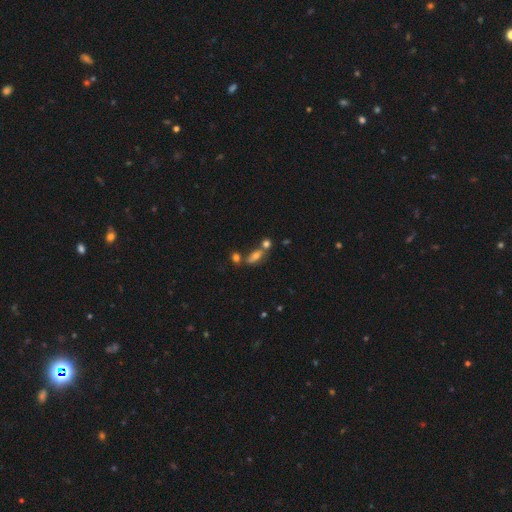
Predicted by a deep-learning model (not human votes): smooth_or_featured: smooth (p=0.64) [alt: featured or disk p=0.22]
how_rounded: in between (p=0.70) [alt: cigar-shaped p=0.21]
merging: none (p=0.53) [alt: merger p=0.28]